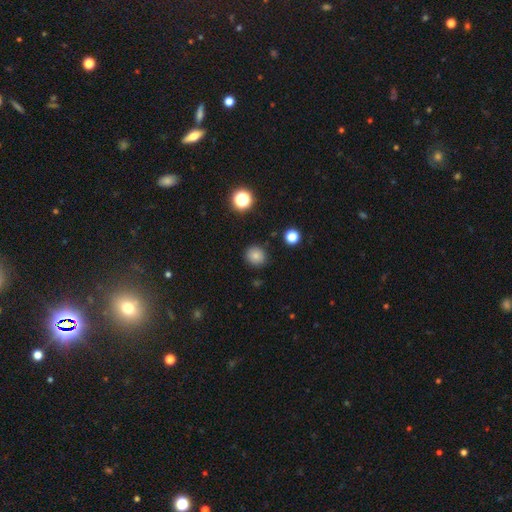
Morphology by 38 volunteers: type=smooth (84%); roundness=round (84%); merging=none (81%).